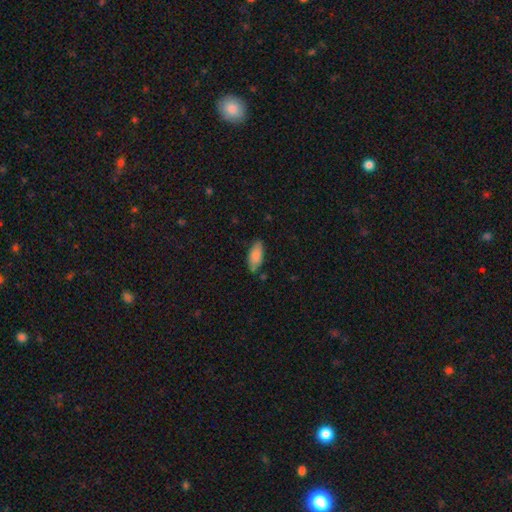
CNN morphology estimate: The model was most divided on "merging": none: 76%, minor disturbance: 18%, major disturbance: 3%, merger: 3%. More confident: how rounded — in between (86%); smooth or featured — smooth (85%).